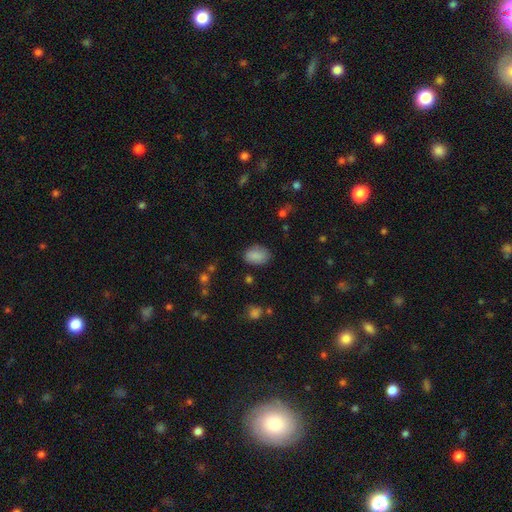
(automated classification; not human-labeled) This appears to be a smooth galaxy with no disk features (86%) that is in between round and cigar-shaped (81%). Merging: none (79%).